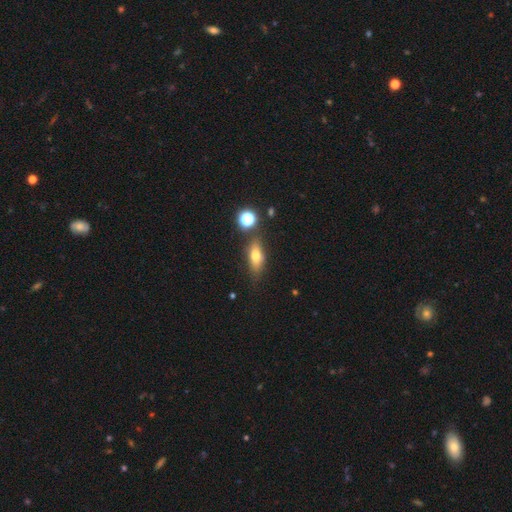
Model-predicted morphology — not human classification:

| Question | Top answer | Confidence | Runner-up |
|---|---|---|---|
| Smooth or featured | smooth | 67% | featured or disk (22%) |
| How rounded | in between | 66% | cigar-shaped (26%) |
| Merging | none | 76% | minor disturbance (14%) |